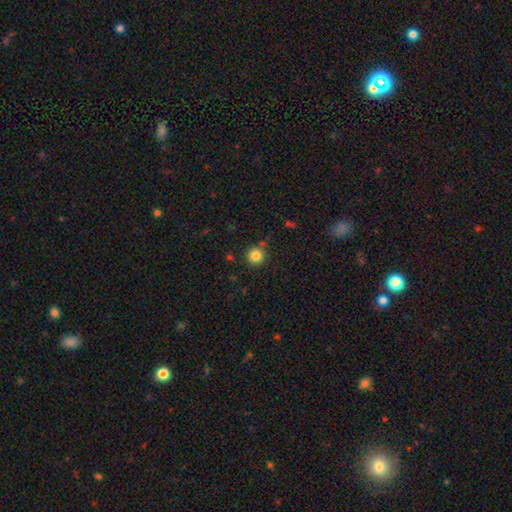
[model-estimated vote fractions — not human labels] The model was most divided on "smooth or featured": smooth: 84%, star or artifact: 11%, featured or disk: 5%. More confident: how rounded — round (94%); merging — none (84%).